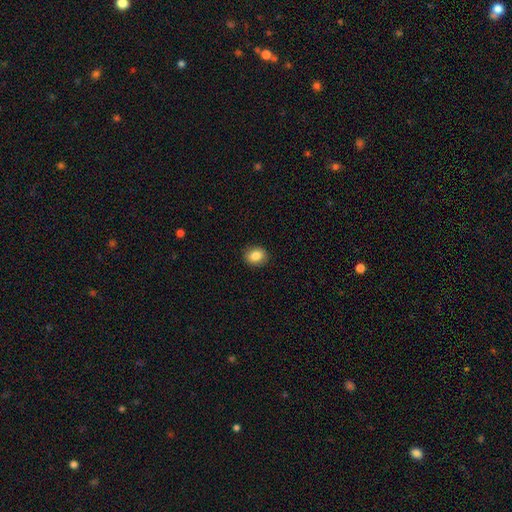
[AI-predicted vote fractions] Smooth or featured? Predicted: smooth (p=0.85). How rounded? Predicted: round (p=0.59). Merging? Predicted: none (p=0.91).